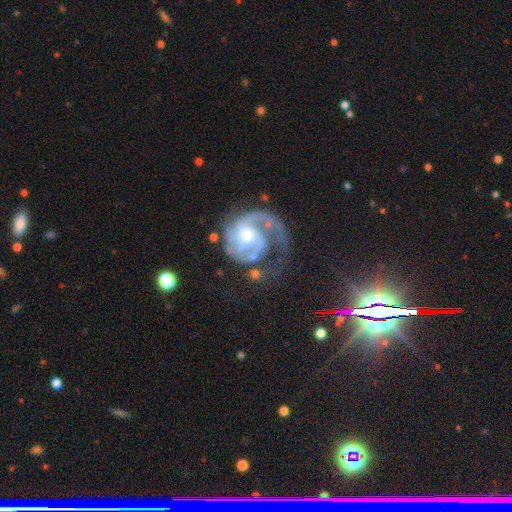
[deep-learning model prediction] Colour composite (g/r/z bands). It shows a featured or disk galaxy (88%) with no bar (58%), 2 (53%) tight (51%) spiral arms (98%) and a moderate central bulge (54%). Merging: none (56%).